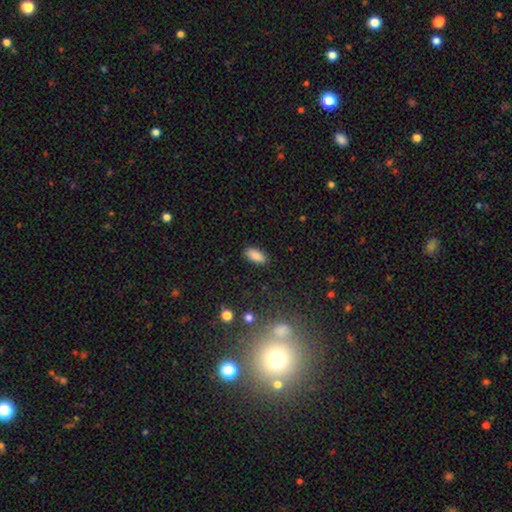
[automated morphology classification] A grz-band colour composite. It shows a smooth galaxy with no disk features (87%) that is in between round and cigar-shaped (89%). Merging: none (87%).